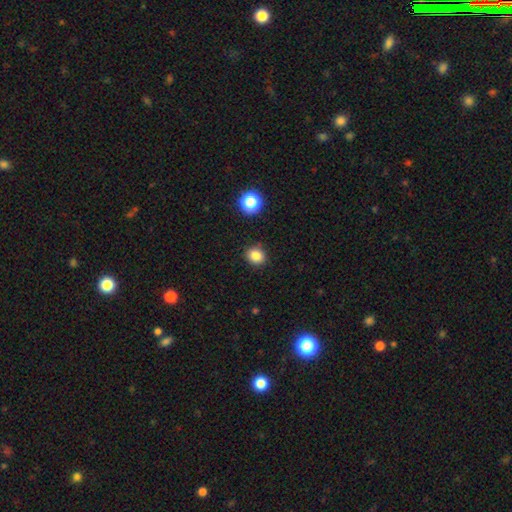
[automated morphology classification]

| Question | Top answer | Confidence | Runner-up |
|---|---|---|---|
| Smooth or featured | smooth | 83% | star or artifact (12%) |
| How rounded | round | 74% | in between (25%) |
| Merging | none | 88% | minor disturbance (8%) |